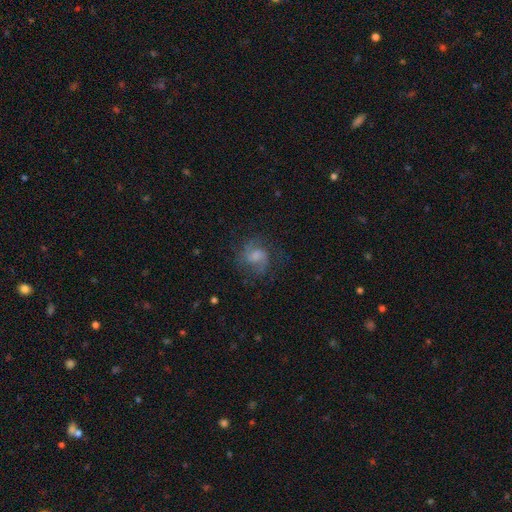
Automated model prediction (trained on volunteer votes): The model was most divided on "bulge size": small: 36%, moderate: 34%, none: 21%, large: 8%, dominant: 2%. Remaining: edge-on disk — no (98%); spiral arms — yes (91%); spiral arm count — 2 (75%); merging — none (69%); smooth or featured — featured or disk (65%); spiral winding — medium (51%); bar — no (48%).